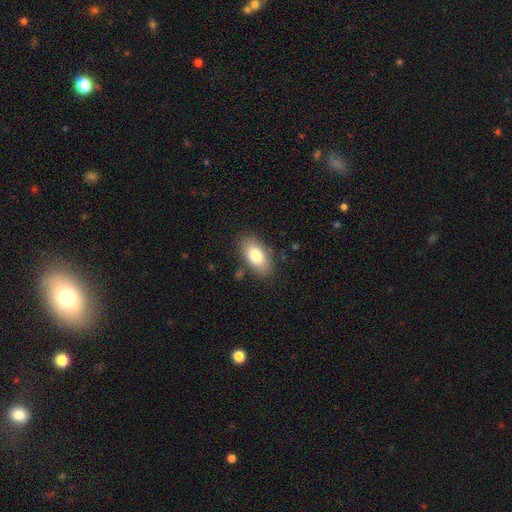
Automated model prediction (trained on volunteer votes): This appears to be a smooth galaxy with no disk features (79%) that is in between round and cigar-shaped (91%). Merging: none (83%).